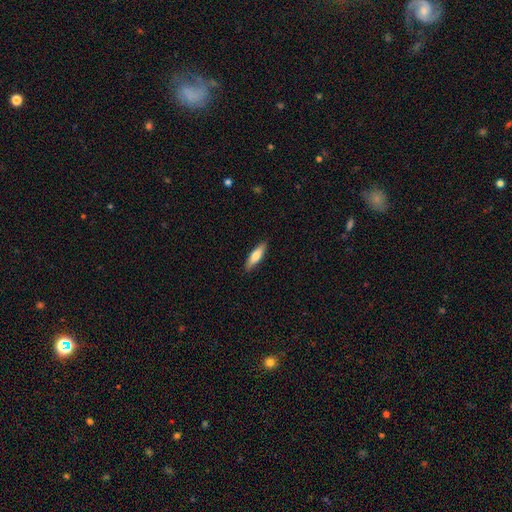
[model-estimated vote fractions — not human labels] This is likely a smooth galaxy (69%). How rounded: likely cigar-shaped (62%). Merging: clearly none (89%).